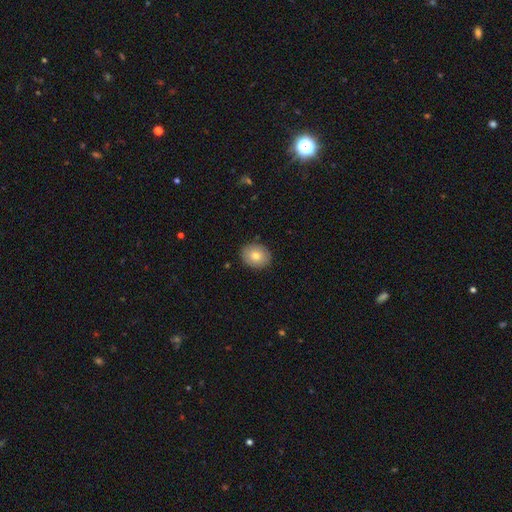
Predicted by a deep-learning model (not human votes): Overall: smooth (78%). How rounded: round (68%; in between 31%). Merging: none (89%).